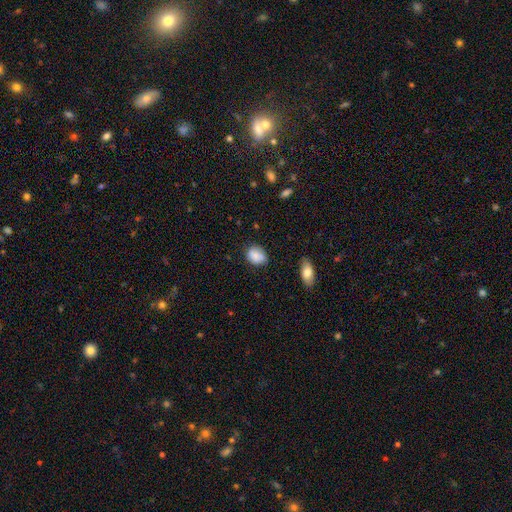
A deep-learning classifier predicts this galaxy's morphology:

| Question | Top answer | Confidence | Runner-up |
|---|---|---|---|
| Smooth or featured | smooth | 81% | featured or disk (11%) |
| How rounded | in between | 61% | round (38%) |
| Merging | none | 70% | minor disturbance (22%) |